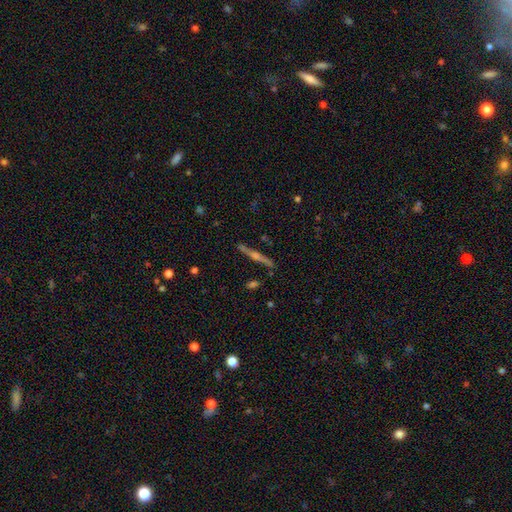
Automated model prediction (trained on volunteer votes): The model was most divided on "smooth or featured": featured or disk: 76%, smooth: 16%, star or artifact: 7%. More confident: edge-on disk — yes (98%); merging — none (89%); edge-on bulge — rounded (83%).